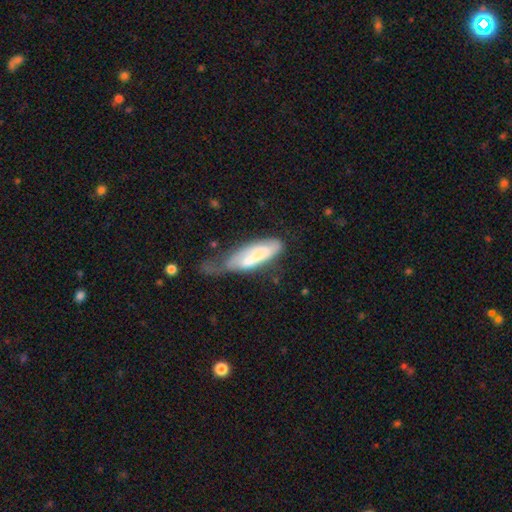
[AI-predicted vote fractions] smooth_or_featured: smooth (p=0.51) [alt: featured or disk p=0.43]
how_rounded: in between (p=0.56) [alt: cigar-shaped p=0.42]
merging: major disturbance (p=0.37) [alt: minor disturbance p=0.30]